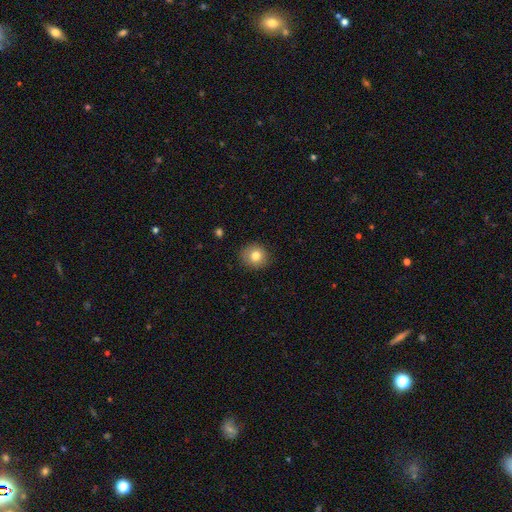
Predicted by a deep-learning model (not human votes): smooth-or-featured: smooth: 80% | star or artifact: 10% | featured or disk: 10%
  how-rounded: round: 86% | in between: 13% | cigar-shaped: 1%
  merging: none: 89% | minor disturbance: 8% | major disturbance: 2% | merger: 1%